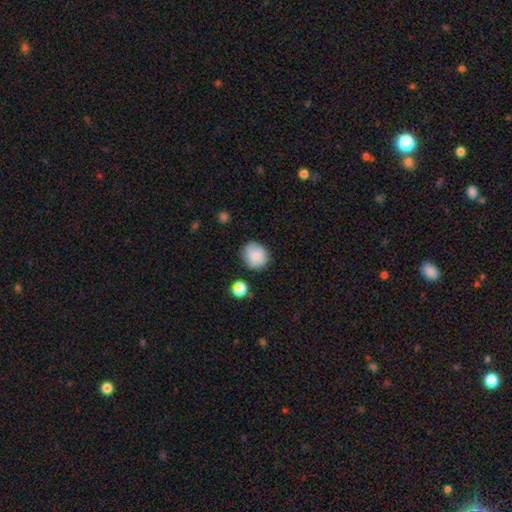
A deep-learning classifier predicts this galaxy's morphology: smooth_or_featured: smooth (p=0.77) [alt: featured or disk p=0.13]
how_rounded: round (p=0.79) [alt: in between p=0.20]
merging: none (p=0.77) [alt: minor disturbance p=0.16]